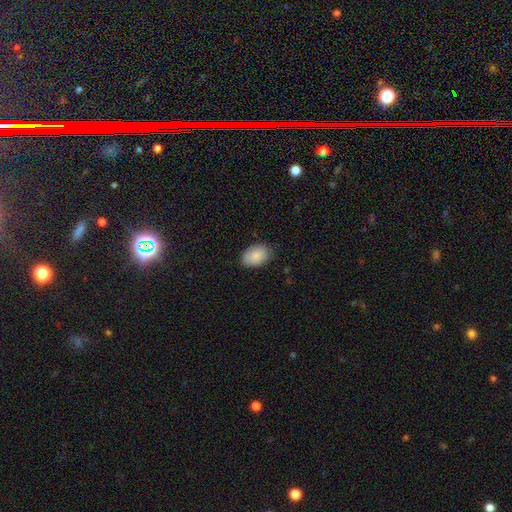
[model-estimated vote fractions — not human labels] Smooth or featured? smooth (87%)
How rounded? in between (87%)
Merging? none (81%)